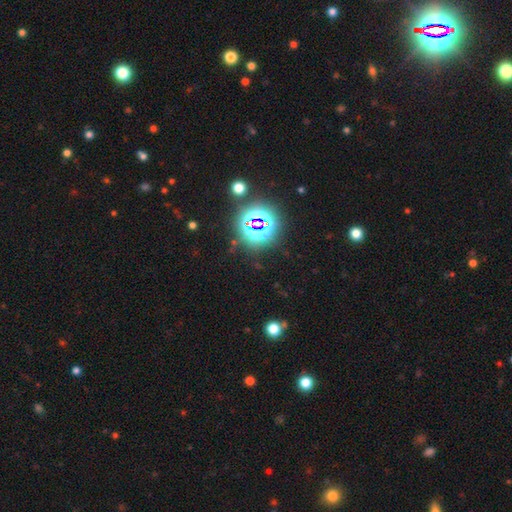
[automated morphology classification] Smooth or featured?
  - star or artifact: 81% *
  - smooth: 11%
  - featured or disk: 7%